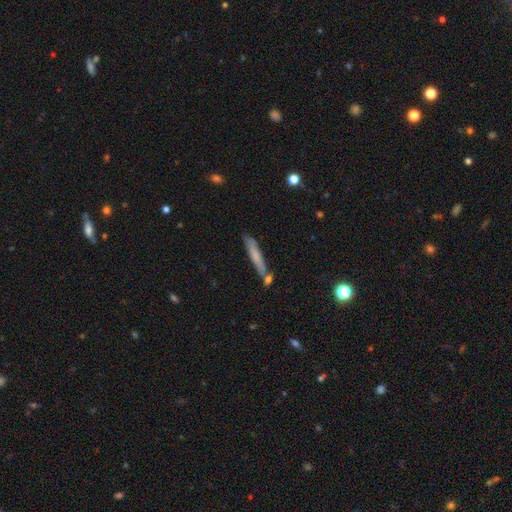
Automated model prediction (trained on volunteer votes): Smooth or featured? smooth (63%)
How rounded? cigar-shaped (93%)
Merging? none (73%)